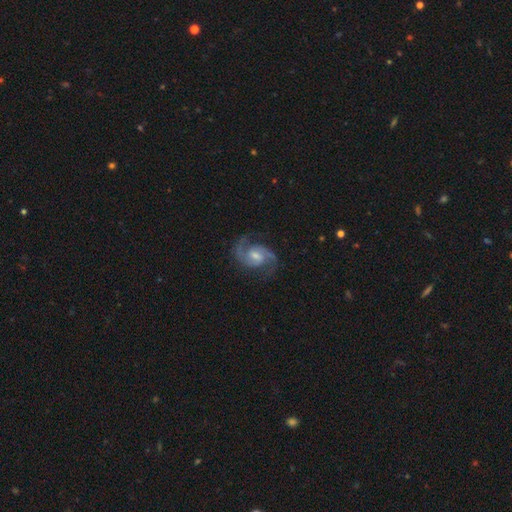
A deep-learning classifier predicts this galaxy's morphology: Smooth or featured? Predicted: featured or disk (p=0.91). Edge-on disk? Predicted: no (p=0.98). Bar? Predicted: weak (p=0.50). Spiral arms? Predicted: yes (p=0.98). Spiral winding? Predicted: medium (p=0.63). Spiral arm count? Predicted: 2 (p=0.93). Bulge size? Predicted: moderate (p=0.48). Merging? Predicted: none (p=0.81).